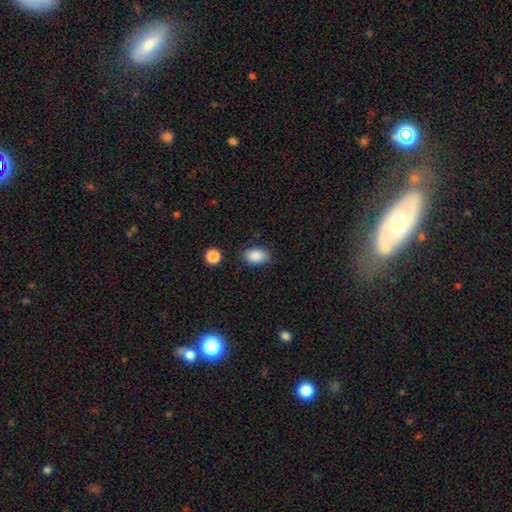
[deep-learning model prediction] Smooth or featured? smooth (88%)
How rounded? in between (88%)
Merging? none (85%)